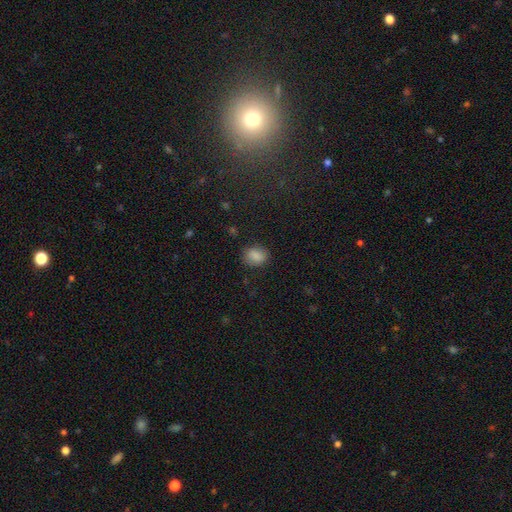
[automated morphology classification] Smooth or featured?
  - smooth: 85% *
  - star or artifact: 9%
  - featured or disk: 5%
How rounded?
  - in between: 54% *
  - round: 45%
  - cigar-shaped: 1%
Merging?
  - none: 81% *
  - minor disturbance: 14%
  - major disturbance: 4%
  - merger: 1%